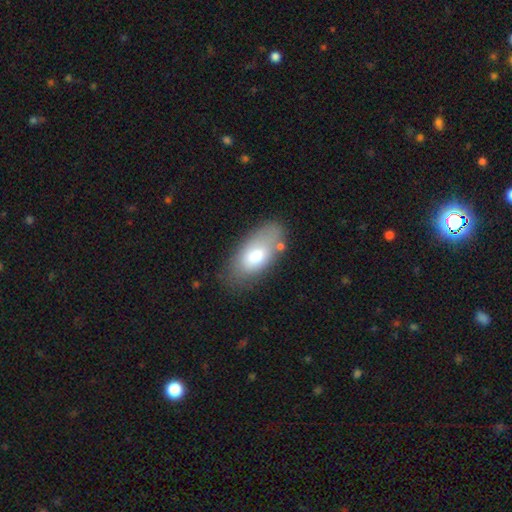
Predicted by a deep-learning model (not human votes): Q: Smooth or featured?
A: smooth (72%); runner-up: featured or disk (20%)
Q: How rounded?
A: in between (91%); runner-up: cigar-shaped (5%)
Q: Merging?
A: none (72%); runner-up: minor disturbance (18%)